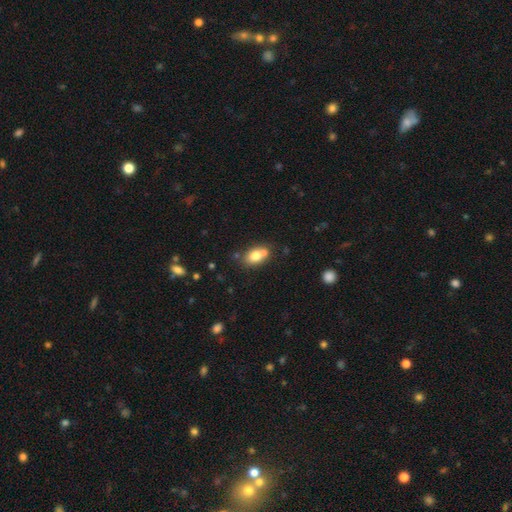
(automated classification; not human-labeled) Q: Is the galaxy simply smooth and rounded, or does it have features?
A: smooth — 74%.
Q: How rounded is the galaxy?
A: in between — 74%.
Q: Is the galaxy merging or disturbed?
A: none — 51%.